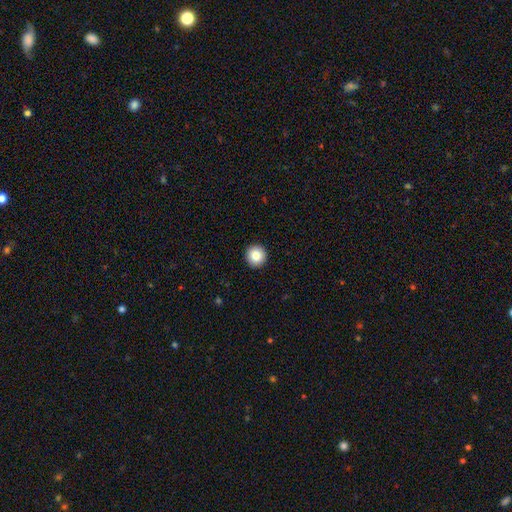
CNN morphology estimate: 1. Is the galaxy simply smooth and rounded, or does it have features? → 84% smooth, 9% star or artifact, 7% featured or disk.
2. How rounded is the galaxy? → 95% round, 4% in between, 1% cigar-shaped.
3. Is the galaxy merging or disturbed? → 93% none, 4% minor disturbance, 1% major disturbance, 1% merger.